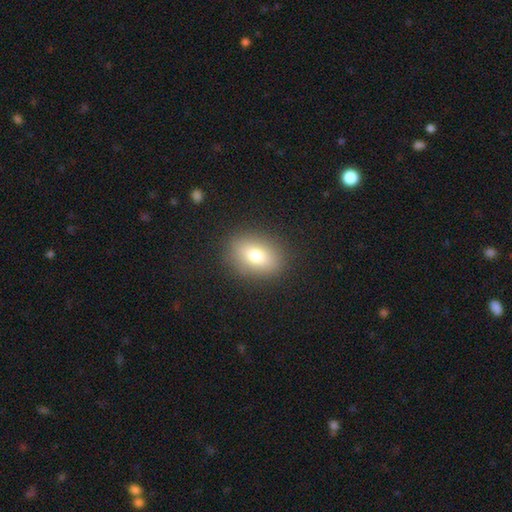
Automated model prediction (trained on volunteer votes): smooth 77%, featured or disk 13%, star or artifact 10%. Down the decision tree: how rounded — in between (75%); merging — none (87%).